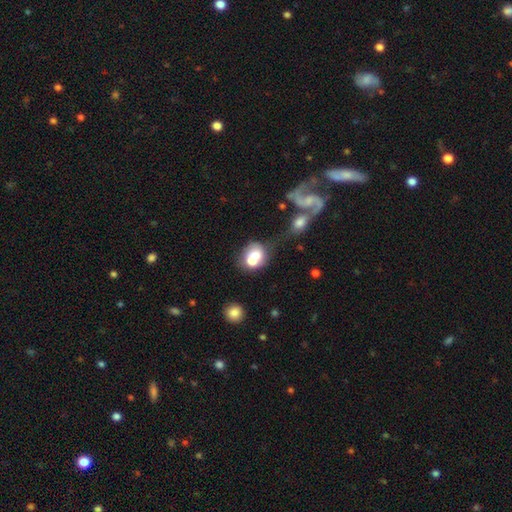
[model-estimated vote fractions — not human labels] Morphology: type=smooth (67%); roundness=round (63%); merging=merger (59%).